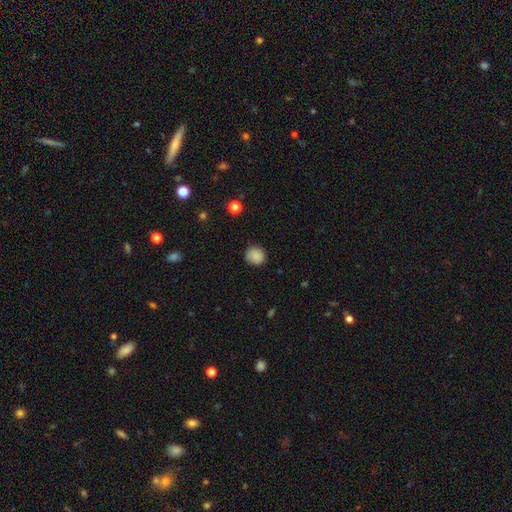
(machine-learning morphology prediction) type=smooth (87%); roundness=round (87%); merging=none (84%).